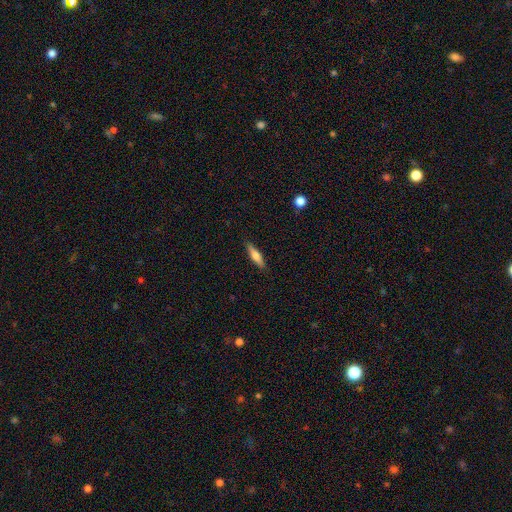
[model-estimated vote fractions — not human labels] A smooth galaxy with no disk features (54%) that is cigar-shaped (78%).

Vote fractions:
- Smooth or featured? smooth: 54% / featured or disk: 40% / star or artifact: 6%
- How rounded? cigar-shaped: 78% / in between: 20% / round: 2%
- Merging? none: 89% / minor disturbance: 8% / major disturbance: 2% / merger: 1%